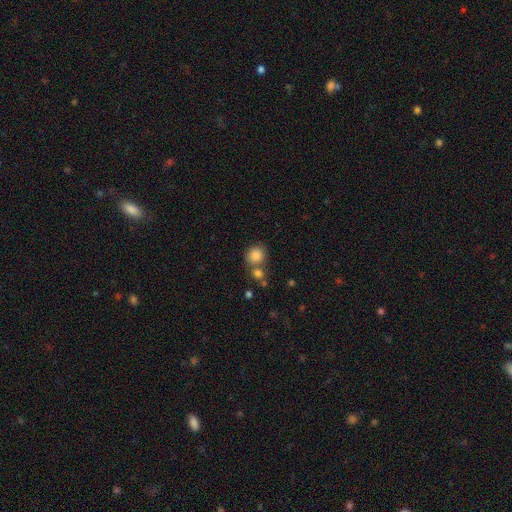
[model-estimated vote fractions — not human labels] Smooth or featured?
  - smooth: 84% *
  - star or artifact: 10%
  - featured or disk: 6%
How rounded?
  - round: 81% *
  - in between: 18%
  - cigar-shaped: 1%
Merging?
  - none: 60% *
  - merger: 25%
  - minor disturbance: 11%
  - major disturbance: 4%